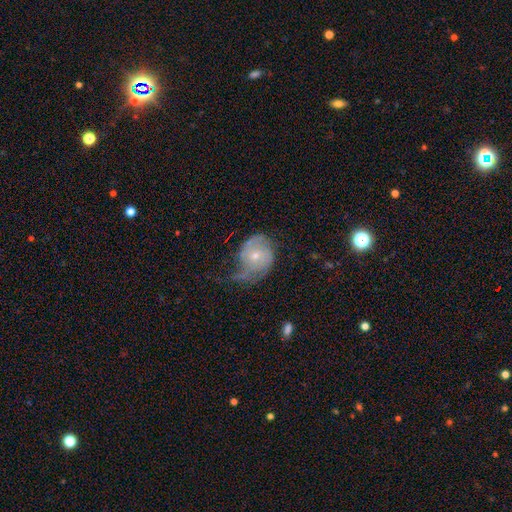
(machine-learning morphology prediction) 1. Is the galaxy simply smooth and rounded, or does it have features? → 66% featured or disk, 26% smooth, 7% star or artifact.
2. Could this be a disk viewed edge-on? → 97% no, 3% yes.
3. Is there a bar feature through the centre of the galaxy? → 76% no, 21% weak, 3% strong.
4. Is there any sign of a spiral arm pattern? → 84% yes, 16% no.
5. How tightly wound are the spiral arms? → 37% loose, 36% medium, 27% tight.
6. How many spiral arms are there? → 47% 2, 25% 1, 18% can't tell, 6% 3, 2% 4, 2% more than 4.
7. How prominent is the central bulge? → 60% small, 36% moderate, 2% large, 2% none, 1% dominant.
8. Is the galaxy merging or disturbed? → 38% major disturbance, 31% none, 29% minor disturbance, 3% merger.